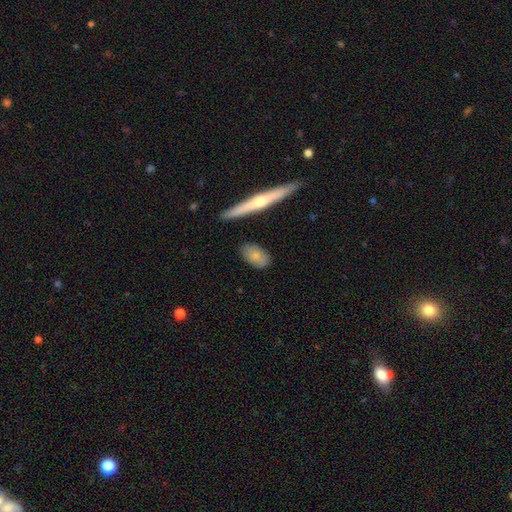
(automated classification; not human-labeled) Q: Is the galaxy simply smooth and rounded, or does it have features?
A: smooth — 75%.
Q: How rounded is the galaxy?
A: in between — 87%.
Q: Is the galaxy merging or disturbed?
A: none — 82%.